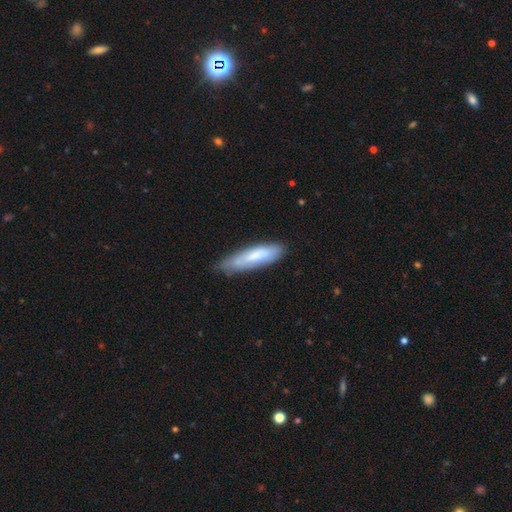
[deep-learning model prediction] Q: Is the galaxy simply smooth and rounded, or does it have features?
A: smooth — 72%.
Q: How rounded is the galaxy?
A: cigar-shaped — 73%.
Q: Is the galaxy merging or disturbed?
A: none — 69%.